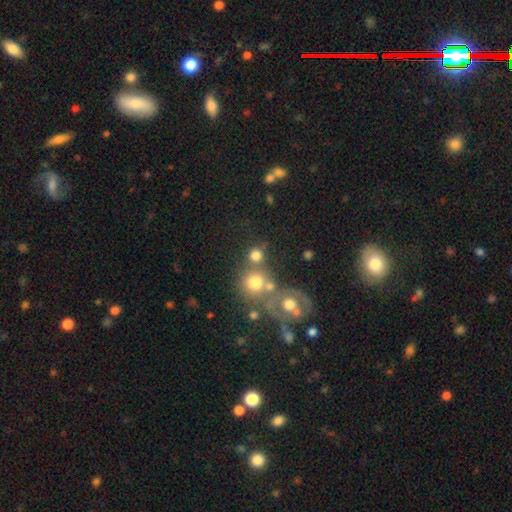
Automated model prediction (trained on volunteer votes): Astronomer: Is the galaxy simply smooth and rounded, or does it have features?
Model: smooth — 75%.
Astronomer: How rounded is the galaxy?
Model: round — 88%.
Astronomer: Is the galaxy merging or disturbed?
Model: none — 58%.